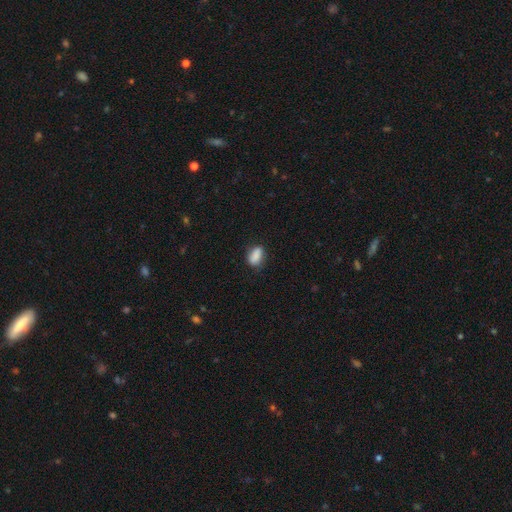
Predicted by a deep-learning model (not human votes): Smooth or featured?
  - smooth: 86% *
  - star or artifact: 8%
  - featured or disk: 6%
How rounded?
  - in between: 85% *
  - round: 9%
  - cigar-shaped: 6%
Merging?
  - none: 74% *
  - minor disturbance: 20%
  - major disturbance: 4%
  - merger: 2%